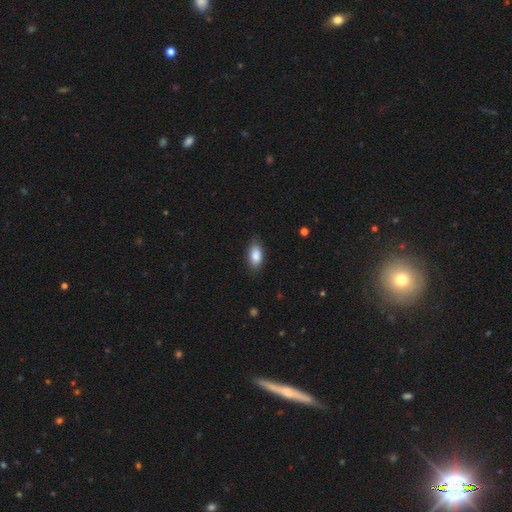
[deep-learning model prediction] A smooth galaxy with no disk features (87%) that is in between round and cigar-shaped (91%). Merging: none (82%).